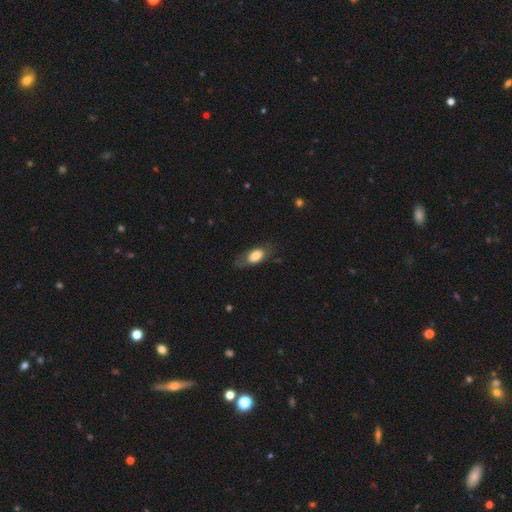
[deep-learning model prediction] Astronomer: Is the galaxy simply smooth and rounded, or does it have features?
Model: smooth — 70%.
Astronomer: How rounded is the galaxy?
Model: in between — 88%.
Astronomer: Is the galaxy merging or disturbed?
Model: none — 59%.